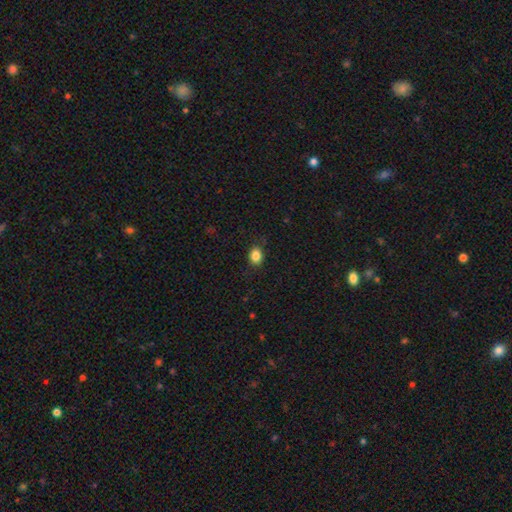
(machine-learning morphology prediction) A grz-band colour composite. It shows a smooth galaxy with no disk features (85%) that is in between round and cigar-shaped (53%). Merging: none (84%).